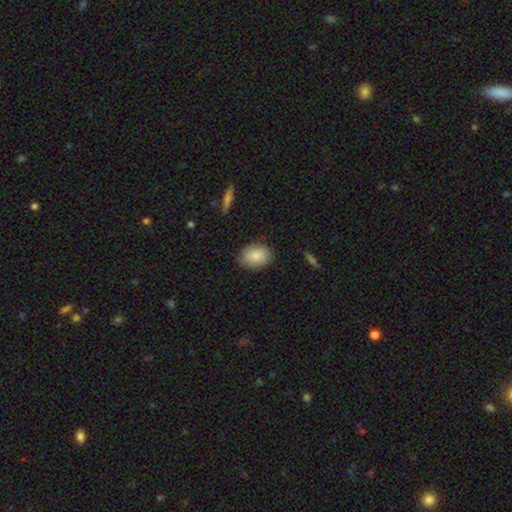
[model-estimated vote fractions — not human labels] A smooth galaxy with no disk features (84%) that is in between round and cigar-shaped (69%). Merging: none (83%).